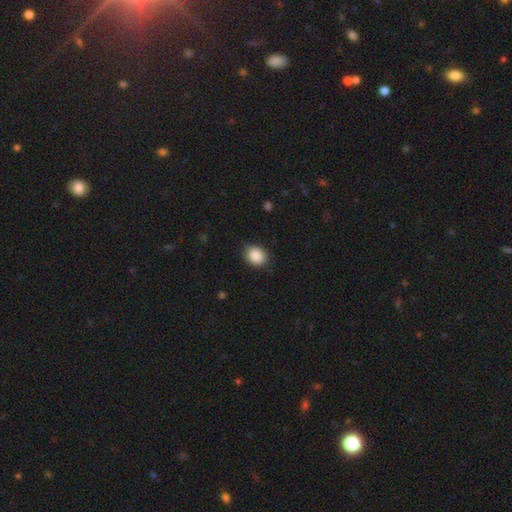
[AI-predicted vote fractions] The model was most divided on "how rounded": in between: 56%, round: 43%, cigar-shaped: 1%. More confident: smooth or featured — smooth (89%); merging — none (85%).